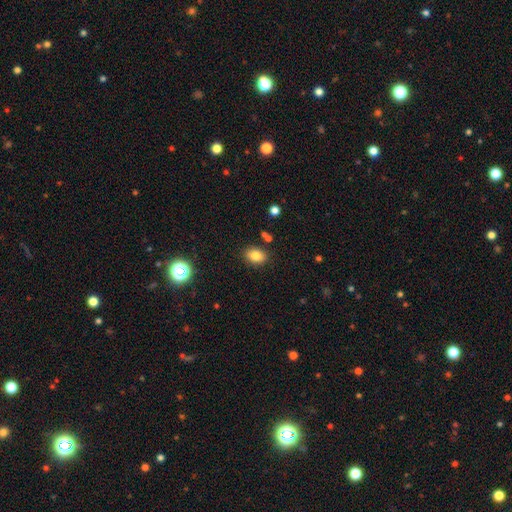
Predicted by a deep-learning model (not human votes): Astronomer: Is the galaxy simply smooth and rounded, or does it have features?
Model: smooth — 82%.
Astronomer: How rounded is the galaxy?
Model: in between — 71%.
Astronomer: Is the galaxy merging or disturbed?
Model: none — 84%.